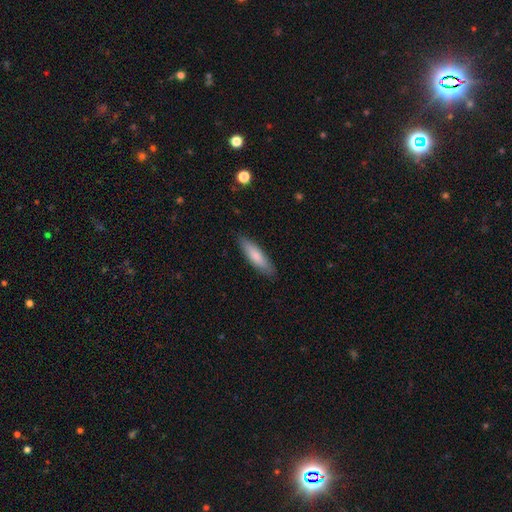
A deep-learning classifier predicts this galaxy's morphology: The model was most divided on "how rounded": cigar-shaped: 65%, in between: 33%, round: 1%. More confident: merging — none (86%); smooth or featured — smooth (81%).